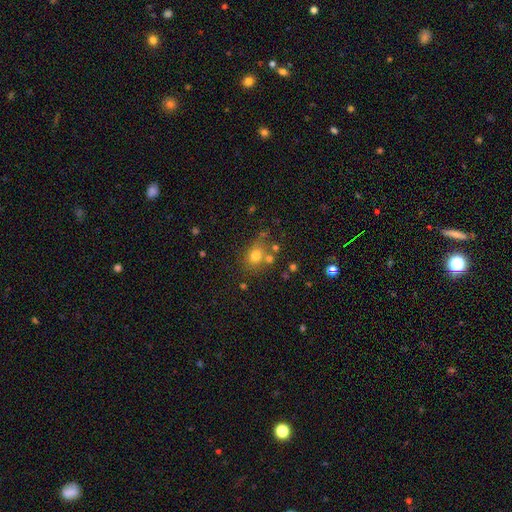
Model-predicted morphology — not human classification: smooth-or-featured: smooth: 73% | star or artifact: 16% | featured or disk: 11%
  how-rounded: round: 67% | in between: 32% | cigar-shaped: 1%
  merging: none: 62% | merger: 17% | minor disturbance: 15% | major disturbance: 6%